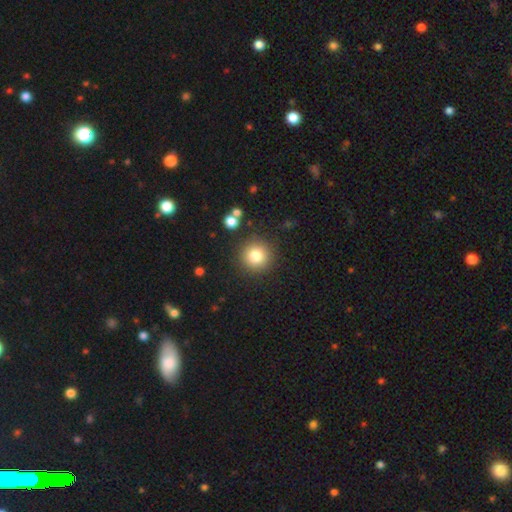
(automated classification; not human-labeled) Smooth or featured?
  - smooth: 80% *
  - star or artifact: 12%
  - featured or disk: 8%
How rounded?
  - round: 95% *
  - in between: 4%
  - cigar-shaped: 1%
Merging?
  - none: 88% *
  - minor disturbance: 6%
  - merger: 3%
  - major disturbance: 3%